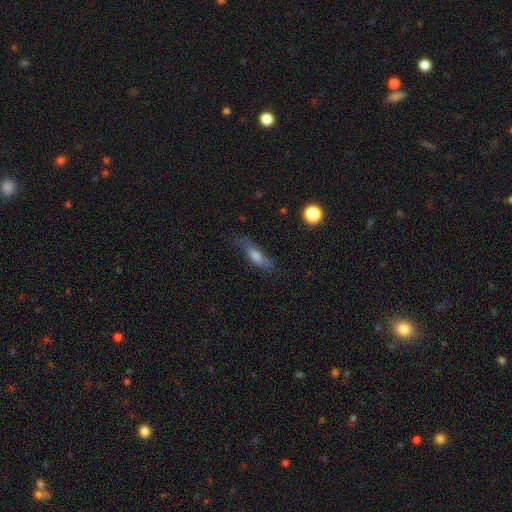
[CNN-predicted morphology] This appears to be a smooth galaxy with no disk features (60%) that is cigar-shaped (58%). Merging: none (69%).